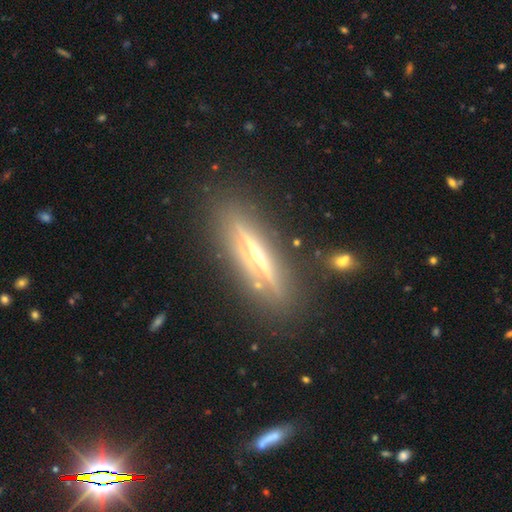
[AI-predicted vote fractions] Smooth or featured: featured or disk — 81% (smooth — 12%)
Edge-on disk: yes — 96% (no — 4%)
Edge-on bulge: rounded — 84% (none — 11%)
Merging: none — 86% (minor disturbance — 9%)